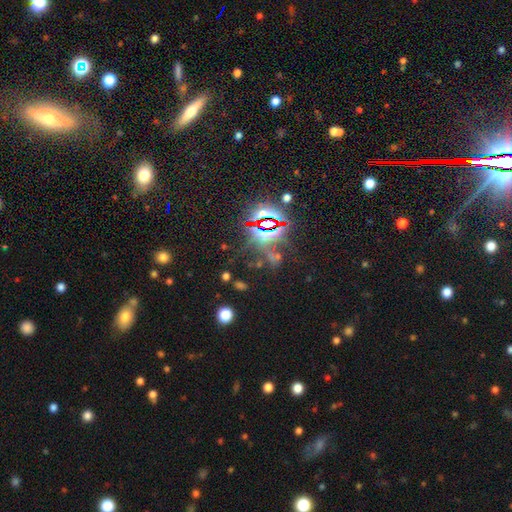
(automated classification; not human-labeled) Q: Smooth or featured?
A: star or artifact (79%); runner-up: smooth (12%)